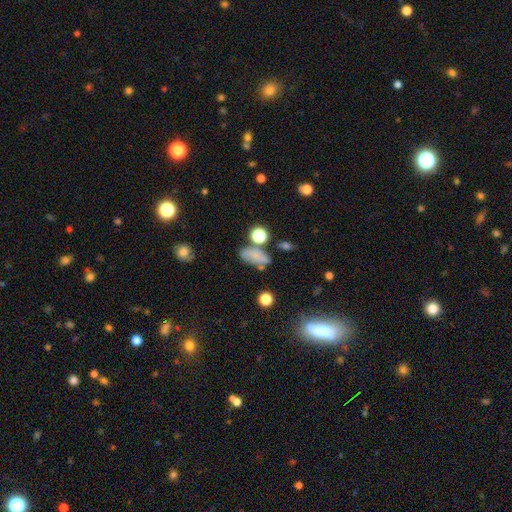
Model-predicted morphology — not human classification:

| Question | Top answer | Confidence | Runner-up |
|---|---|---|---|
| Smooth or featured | smooth | 68% | featured or disk (17%) |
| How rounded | in between | 80% | round (12%) |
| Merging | none | 52% | minor disturbance (22%) |